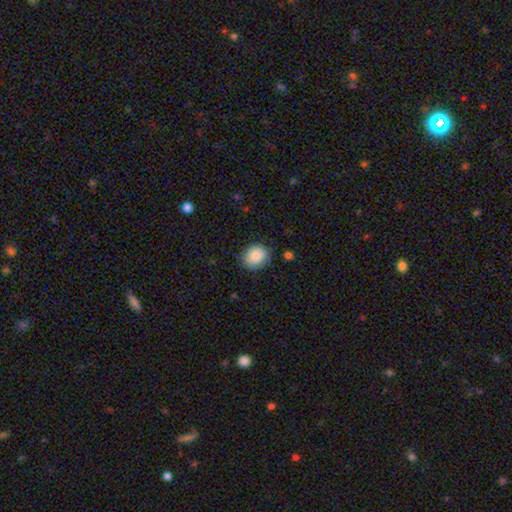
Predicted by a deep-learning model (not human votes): Smooth or featured?
  - smooth: 87% *
  - star or artifact: 8%
  - featured or disk: 5%
How rounded?
  - round: 69% *
  - in between: 30%
  - cigar-shaped: 1%
Merging?
  - none: 83% *
  - minor disturbance: 13%
  - major disturbance: 3%
  - merger: 1%